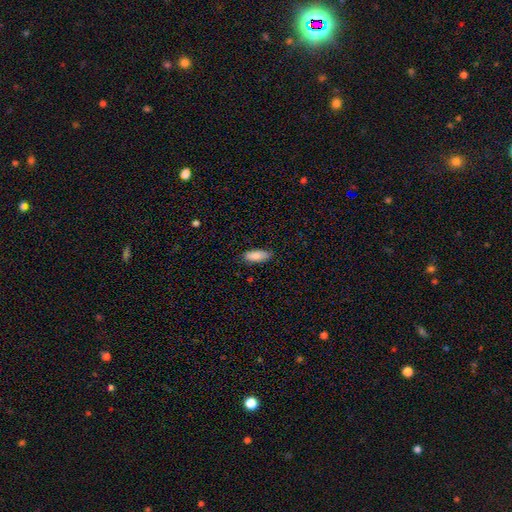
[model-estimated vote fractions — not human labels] A smooth galaxy with no disk features (86%) that is in between round and cigar-shaped (77%).

Vote fractions:
- Smooth or featured? smooth: 86% / featured or disk: 8% / star or artifact: 6%
- How rounded? in between: 77% / cigar-shaped: 22% / round: 2%
- Merging? none: 81% / minor disturbance: 15% / major disturbance: 2% / merger: 1%